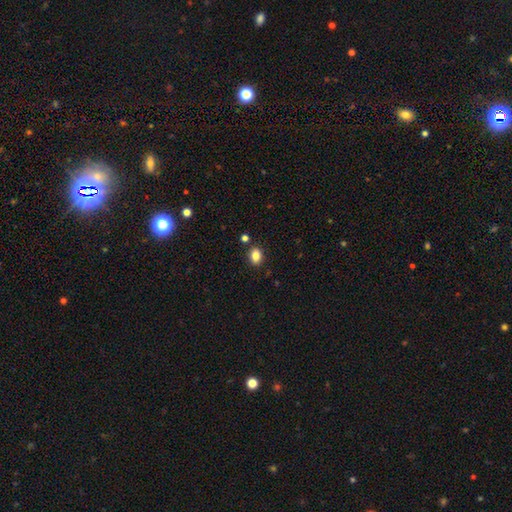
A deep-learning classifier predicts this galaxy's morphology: The model was most divided on "how rounded": in between: 65%, round: 33%, cigar-shaped: 1%. More confident: merging — none (85%); smooth or featured — smooth (84%).